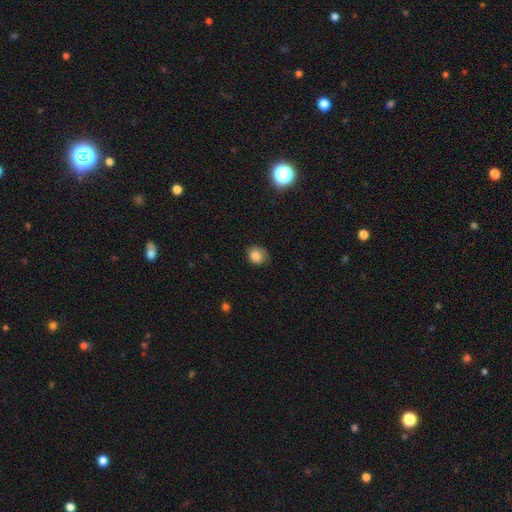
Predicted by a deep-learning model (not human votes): A smooth galaxy with no disk features (84%) that is round (69%). Merging: none (70%).